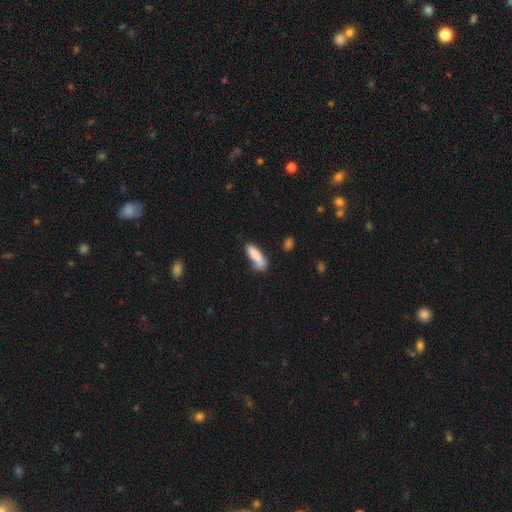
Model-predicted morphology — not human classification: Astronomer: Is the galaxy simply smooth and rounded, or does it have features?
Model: smooth — 82%.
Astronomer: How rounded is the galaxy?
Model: in between — 50% (runner-up: cigar-shaped, 49%).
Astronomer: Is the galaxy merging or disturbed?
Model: none — 52% (runner-up: minor disturbance, 29%).